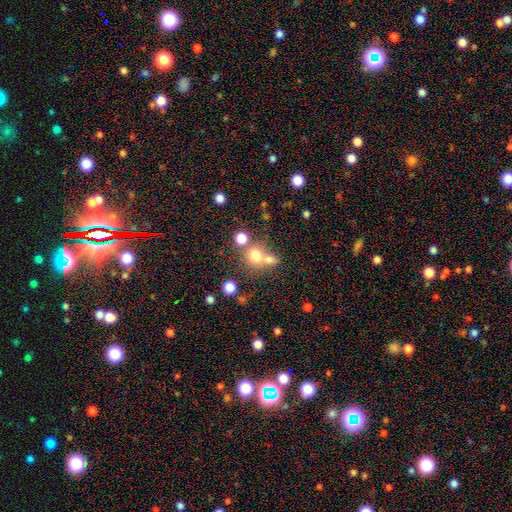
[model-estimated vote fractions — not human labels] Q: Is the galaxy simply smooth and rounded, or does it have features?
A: smooth — 71%.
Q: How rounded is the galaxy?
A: round — 83%.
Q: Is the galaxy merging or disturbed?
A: none — 45%.